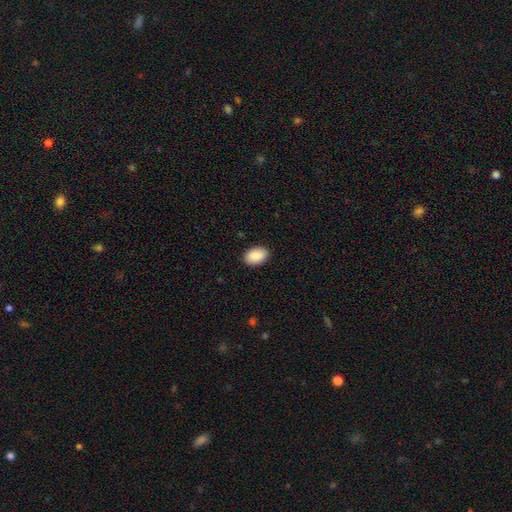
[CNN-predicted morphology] smooth_or_featured: smooth (p=0.90) [alt: star or artifact p=0.06]
how_rounded: in between (p=0.89) [alt: round p=0.09]
merging: none (p=0.89) [alt: minor disturbance p=0.08]